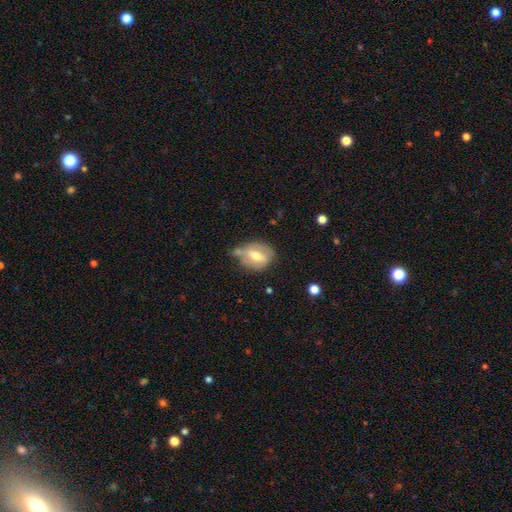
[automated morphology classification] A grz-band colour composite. It shows a featured or disk galaxy (46%, tied with smooth). Merging: none (44%).